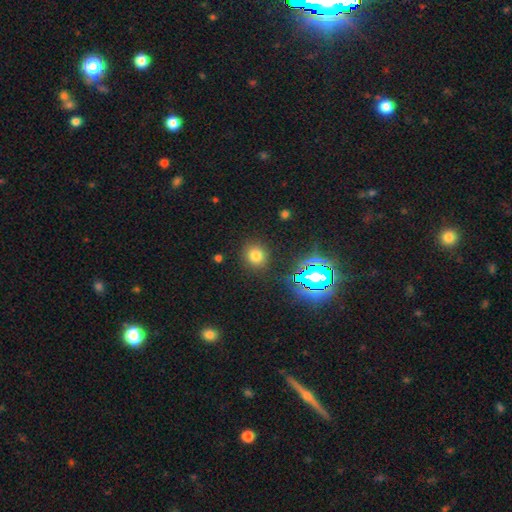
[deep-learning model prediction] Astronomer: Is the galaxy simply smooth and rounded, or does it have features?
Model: smooth — 72%.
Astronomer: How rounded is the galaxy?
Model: round — 88%.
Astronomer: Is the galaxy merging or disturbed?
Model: none — 88%.